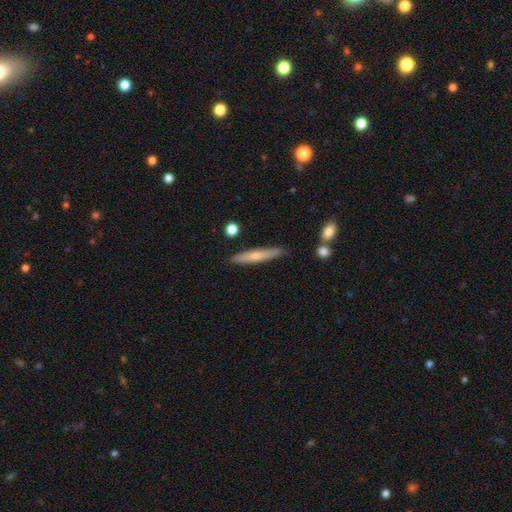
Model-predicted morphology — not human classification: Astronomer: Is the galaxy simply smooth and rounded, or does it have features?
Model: smooth — 57% (runner-up: featured or disk, 37%).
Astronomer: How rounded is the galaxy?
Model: cigar-shaped — 93%.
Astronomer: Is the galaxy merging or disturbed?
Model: none — 86%.